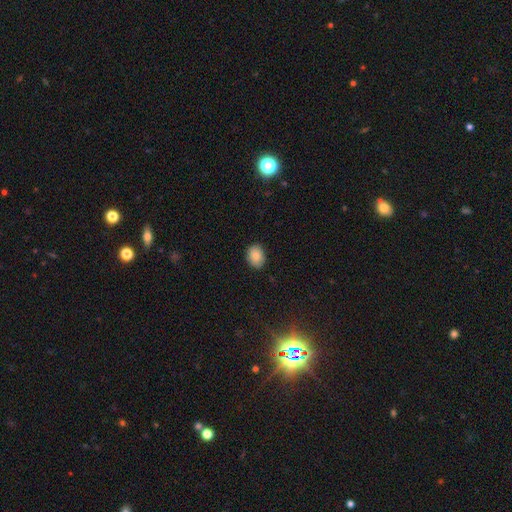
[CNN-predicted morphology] Smooth or featured? smooth (86%)
How rounded? in between (65%)
Merging? none (87%)